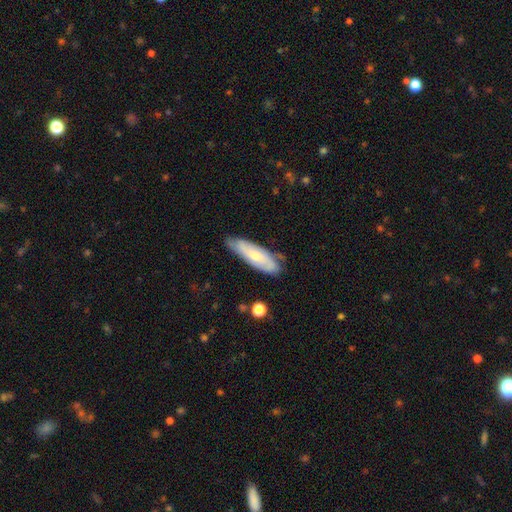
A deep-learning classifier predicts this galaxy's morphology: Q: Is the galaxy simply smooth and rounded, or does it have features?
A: smooth — 48%.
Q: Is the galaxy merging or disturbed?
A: none — 74%.